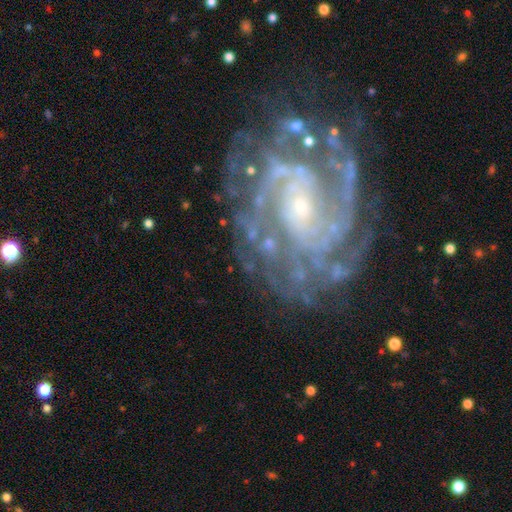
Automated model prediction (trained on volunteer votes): This appears to be a featured or disk galaxy (90%) with no bar (63%), tight (63%) spiral arms (97%) and a small central bulge (67%). Merging: none (71%).